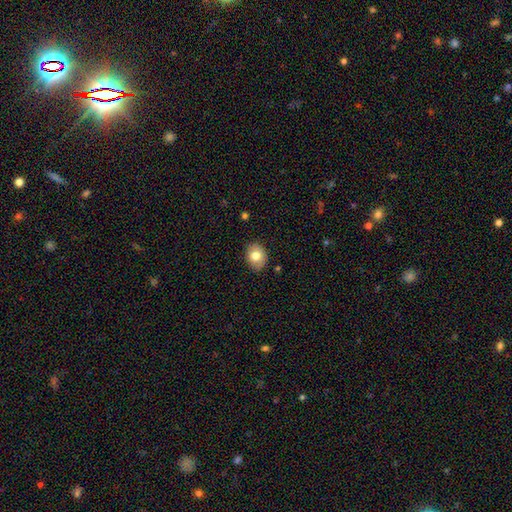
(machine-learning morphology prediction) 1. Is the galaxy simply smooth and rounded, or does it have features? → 78% smooth, 13% featured or disk, 9% star or artifact.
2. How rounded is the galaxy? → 55% in between, 44% round, 1% cigar-shaped.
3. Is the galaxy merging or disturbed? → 84% none, 13% minor disturbance, 2% major disturbance, 1% merger.